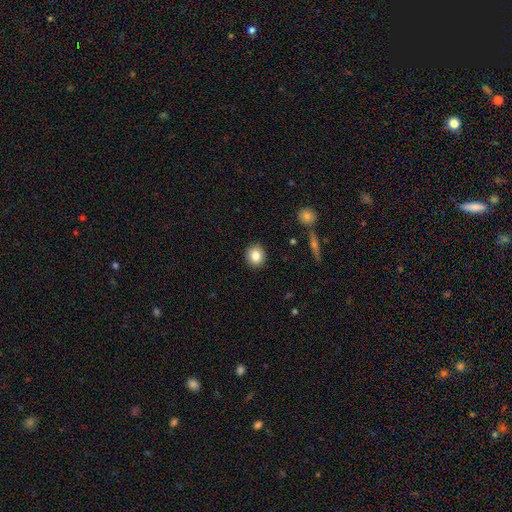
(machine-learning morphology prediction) smooth_or_featured: smooth (p=0.84) [alt: star or artifact p=0.09]
how_rounded: round (p=0.83) [alt: in between p=0.15]
merging: none (p=0.91) [alt: minor disturbance p=0.06]